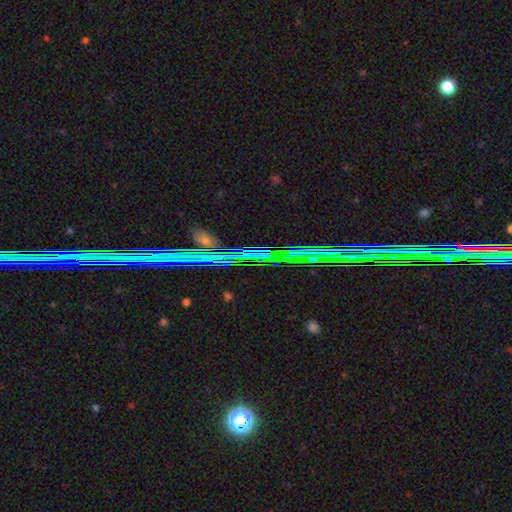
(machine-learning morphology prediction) A star or artifact, not a galaxy (85%).

Vote fractions:
- Smooth or featured? star or artifact: 85% / featured or disk: 8% / smooth: 6%